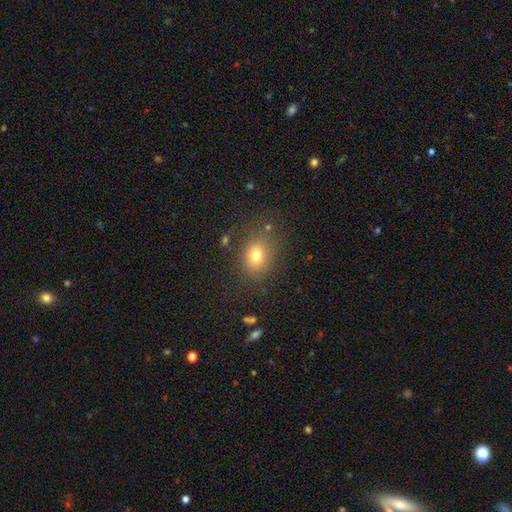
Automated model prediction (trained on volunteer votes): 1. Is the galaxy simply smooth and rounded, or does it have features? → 75% smooth, 14% star or artifact, 11% featured or disk.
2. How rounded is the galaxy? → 52% in between, 47% round, 1% cigar-shaped.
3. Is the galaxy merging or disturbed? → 76% none, 14% minor disturbance, 7% major disturbance, 3% merger.